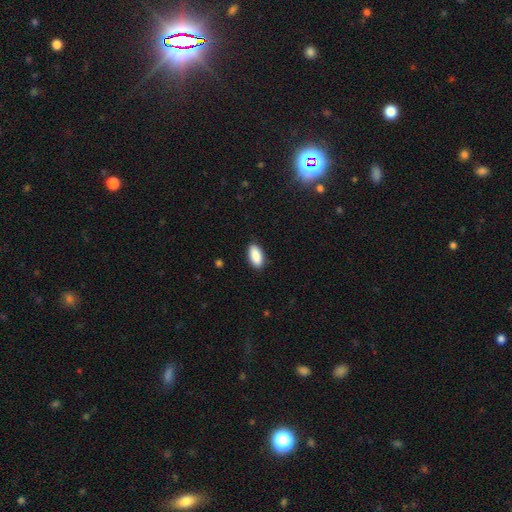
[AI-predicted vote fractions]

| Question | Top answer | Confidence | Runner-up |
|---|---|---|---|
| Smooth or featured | smooth | 90% | star or artifact (6%) |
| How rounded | in between | 90% | cigar-shaped (7%) |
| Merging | none | 88% | minor disturbance (9%) |